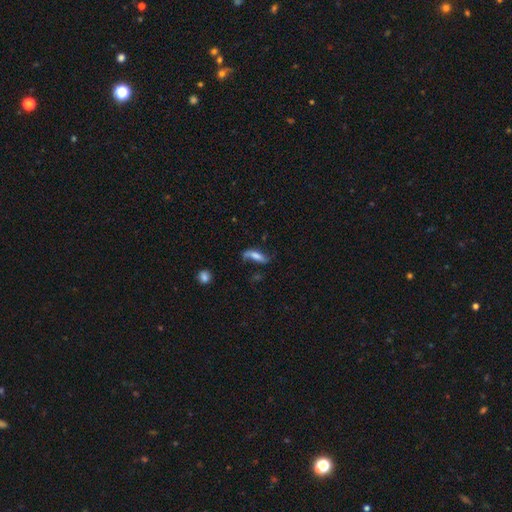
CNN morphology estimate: A smooth galaxy with no disk features (57%) that is cigar-shaped (52%).

Vote fractions:
- Smooth or featured? smooth: 57% / featured or disk: 34% / star or artifact: 9%
- How rounded? cigar-shaped: 52% / in between: 45% / round: 3%
- Merging? none: 48% / minor disturbance: 27% / major disturbance: 16% / merger: 9%